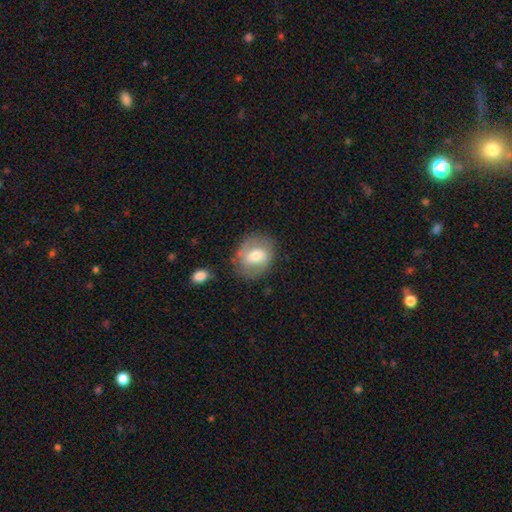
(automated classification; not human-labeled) A smooth galaxy with no disk features (52%) that is round (58%). Merging: none (72%).